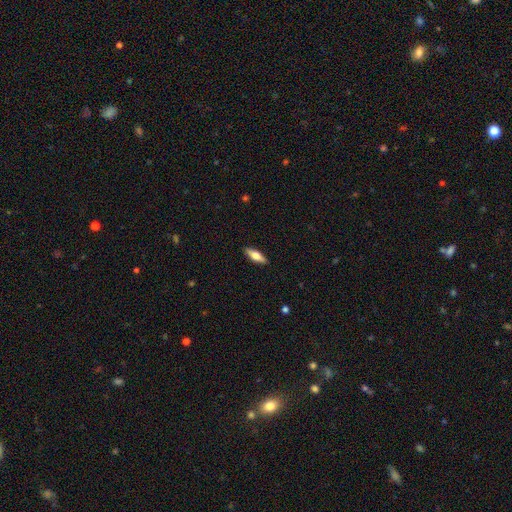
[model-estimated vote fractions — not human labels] smooth 59%, featured or disk 35%, star or artifact 6%. Down the decision tree: how rounded — in between (56%); merging — none (90%).